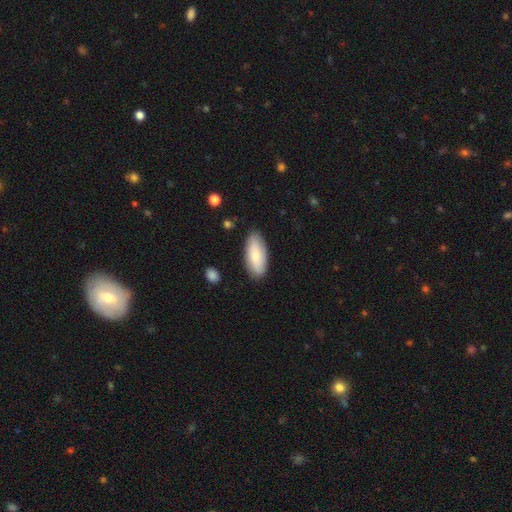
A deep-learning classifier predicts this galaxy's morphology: Smooth or featured?
  - smooth: 75% *
  - featured or disk: 20%
  - star or artifact: 6%
How rounded?
  - in between: 86% *
  - cigar-shaped: 12%
  - round: 2%
Merging?
  - none: 83% *
  - minor disturbance: 13%
  - major disturbance: 3%
  - merger: 2%